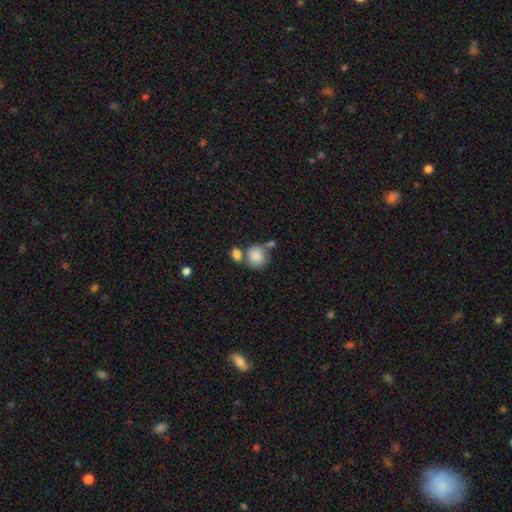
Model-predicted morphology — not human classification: Overall: smooth (85%). How rounded: round (79%). Merging: none (45%; merger 37%).